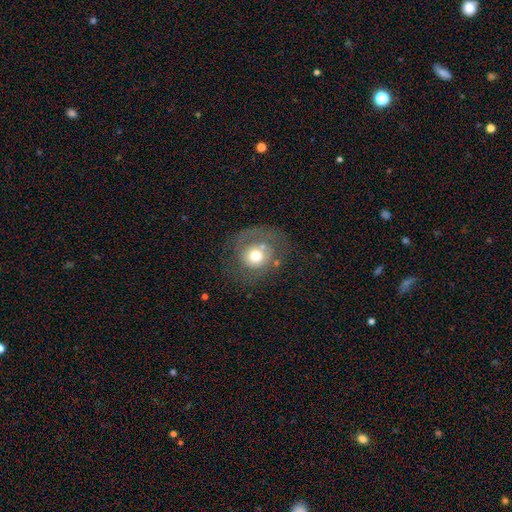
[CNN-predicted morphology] smooth_or_featured: smooth (p=0.51) [alt: featured or disk p=0.38]
how_rounded: round (p=0.79) [alt: in between p=0.20]
merging: none (p=0.52) [alt: major disturbance p=0.21]